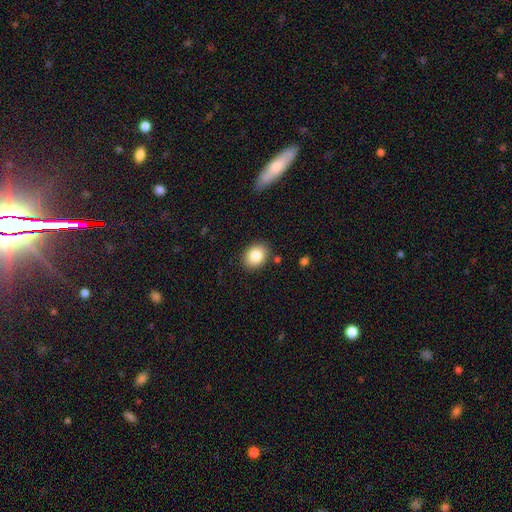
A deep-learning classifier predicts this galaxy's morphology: Smooth or featured? Predicted: smooth (p=0.84). How rounded? Predicted: in between (p=0.56). Merging? Predicted: none (p=0.87).